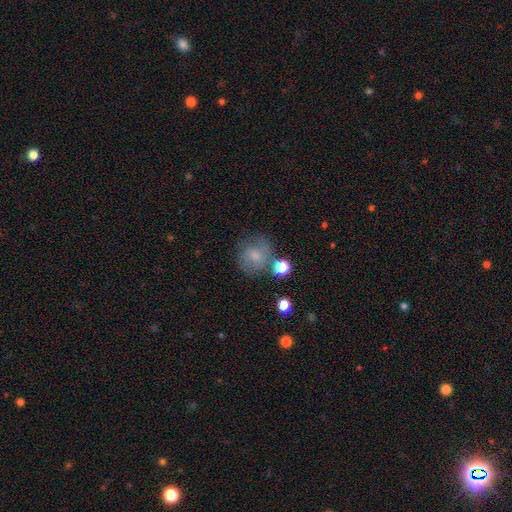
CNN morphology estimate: This is likely a smooth galaxy (60%). How rounded: likely round (79%). Merging: possibly none (59%).